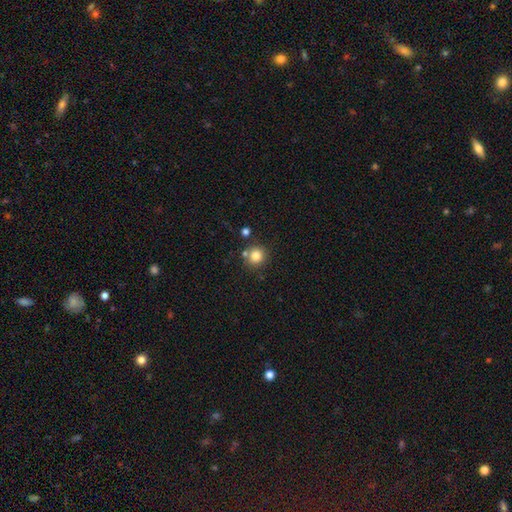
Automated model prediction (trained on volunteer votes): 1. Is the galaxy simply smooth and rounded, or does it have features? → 82% smooth, 12% star or artifact, 7% featured or disk.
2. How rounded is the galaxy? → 90% round, 9% in between, 1% cigar-shaped.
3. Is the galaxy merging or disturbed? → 74% none, 14% merger, 9% minor disturbance, 3% major disturbance.